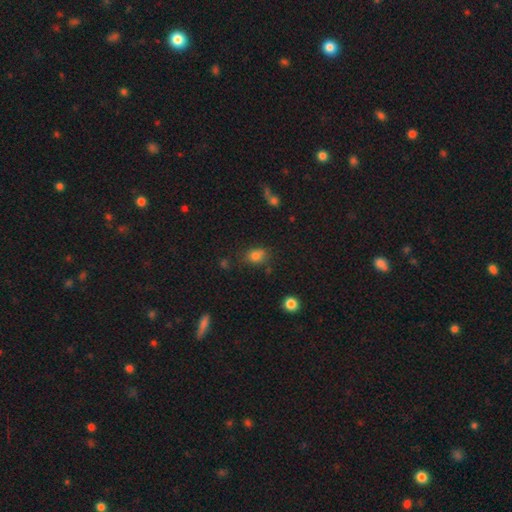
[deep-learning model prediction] A smooth galaxy with no disk features (78%) that is in between round and cigar-shaped (63%). Merging: none (64%).